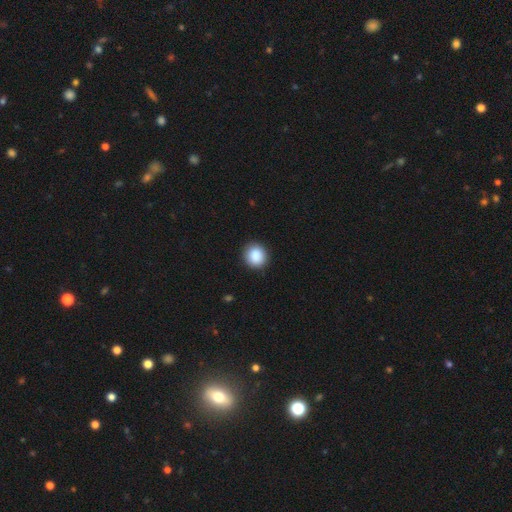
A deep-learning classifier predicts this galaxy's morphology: This appears to be a smooth galaxy with no disk features (89%) that is round (85%). Merging: none (89%).